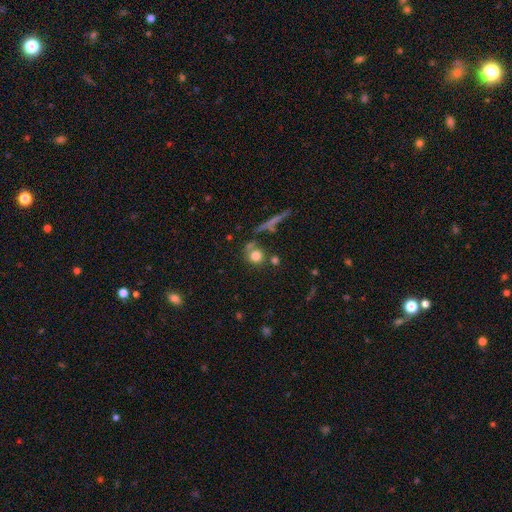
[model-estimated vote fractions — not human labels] The model was most divided on "merging": none: 64%, merger: 17%, minor disturbance: 12%, major disturbance: 7%. More confident: how rounded — round (86%); smooth or featured — smooth (76%).